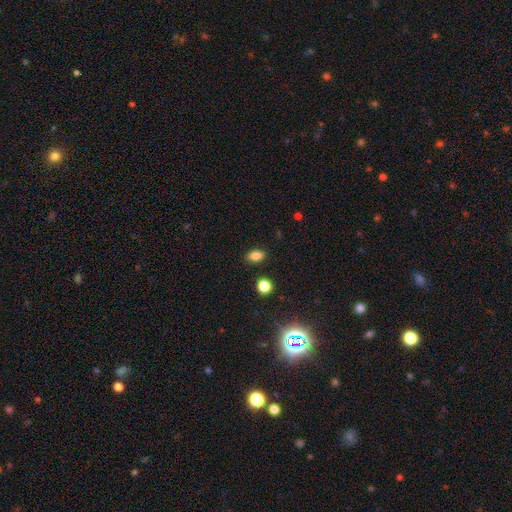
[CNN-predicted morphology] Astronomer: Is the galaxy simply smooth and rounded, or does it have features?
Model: smooth — 83%.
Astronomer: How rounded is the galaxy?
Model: in between — 82%.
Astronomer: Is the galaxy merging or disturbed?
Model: none — 87%.